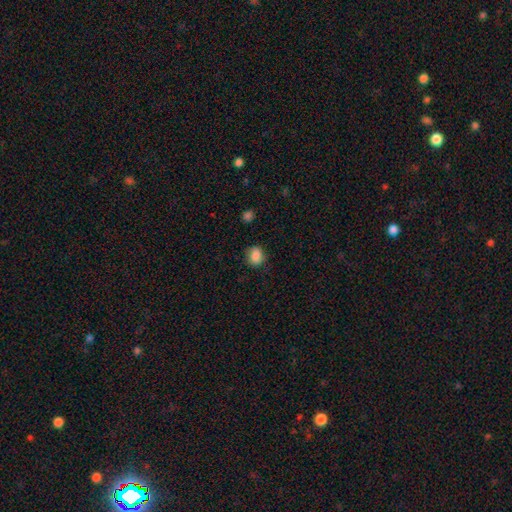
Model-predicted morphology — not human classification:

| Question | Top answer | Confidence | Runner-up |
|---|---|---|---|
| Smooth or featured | smooth | 87% | star or artifact (9%) |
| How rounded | round | 52% | in between (47%) |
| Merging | none | 83% | minor disturbance (13%) |